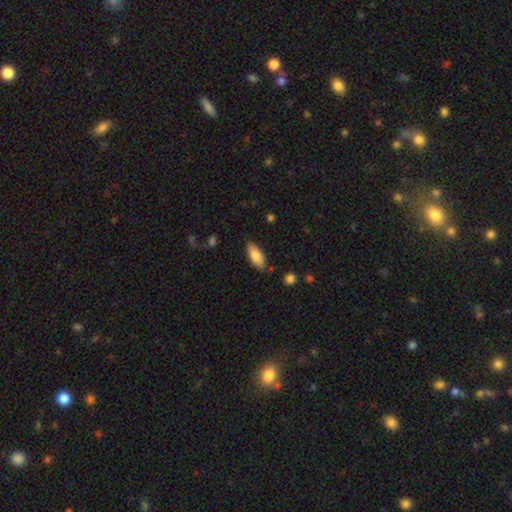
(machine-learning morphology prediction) Q: Smooth or featured?
A: smooth (82%); runner-up: featured or disk (12%)
Q: How rounded?
A: in between (83%); runner-up: cigar-shaped (15%)
Q: Merging?
A: none (83%); runner-up: minor disturbance (13%)